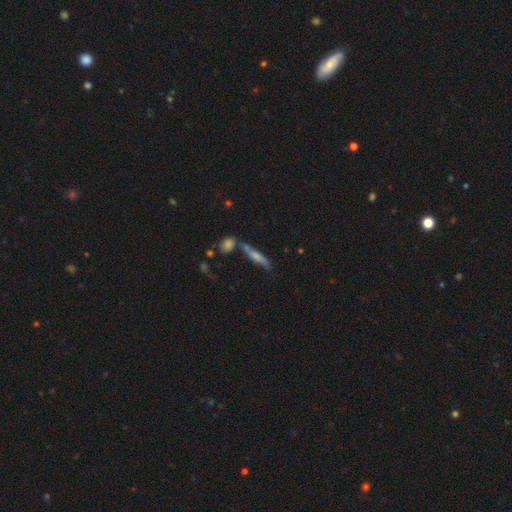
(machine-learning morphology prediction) Q: Smooth or featured?
A: featured or disk (50%); runner-up: smooth (39%)
Q: Edge-on disk?
A: yes (87%); runner-up: no (13%)
Q: Merging?
A: none (65%); runner-up: merger (17%)